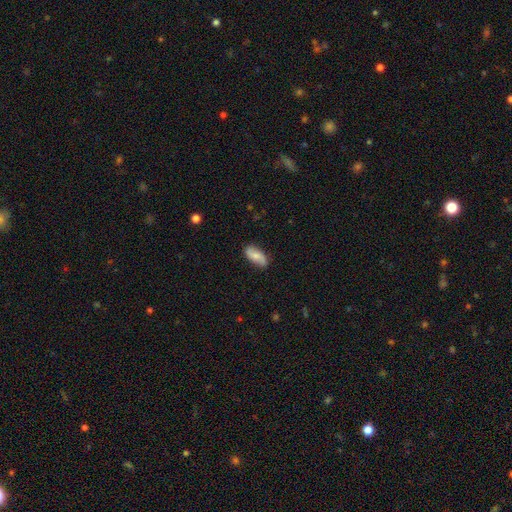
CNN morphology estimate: The model was most divided on "smooth or featured": smooth: 57%, featured or disk: 37%, star or artifact: 6%. More confident: how rounded — in between (85%); merging — none (81%).